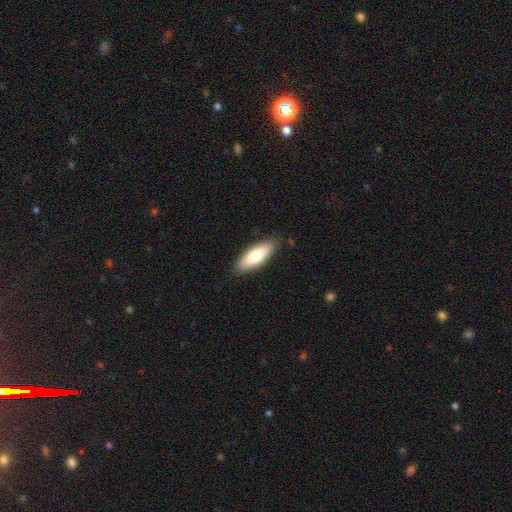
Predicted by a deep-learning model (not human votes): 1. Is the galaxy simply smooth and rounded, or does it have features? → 76% smooth, 18% featured or disk, 6% star or artifact.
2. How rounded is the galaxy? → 66% in between, 32% cigar-shaped, 2% round.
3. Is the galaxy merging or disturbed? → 86% none, 11% minor disturbance, 2% major disturbance, 1% merger.